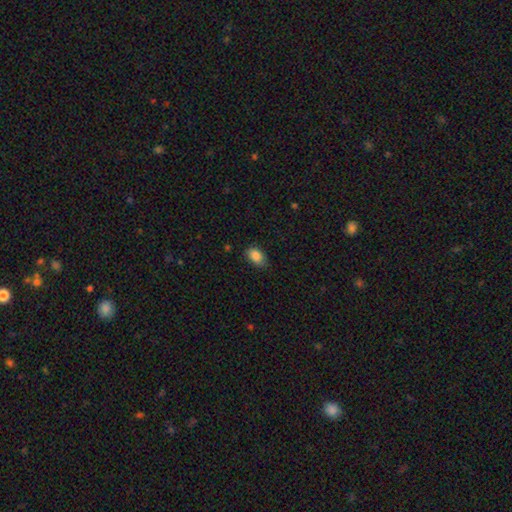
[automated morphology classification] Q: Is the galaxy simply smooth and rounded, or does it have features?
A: smooth — 87%.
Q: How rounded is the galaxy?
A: in between — 89%.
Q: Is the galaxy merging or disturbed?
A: none — 73%.